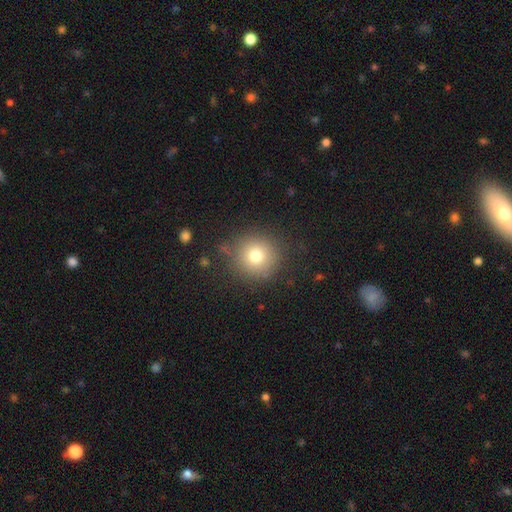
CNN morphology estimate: This is likely a smooth galaxy (75%). How rounded: clearly round (94%). Merging: clearly none (85%).